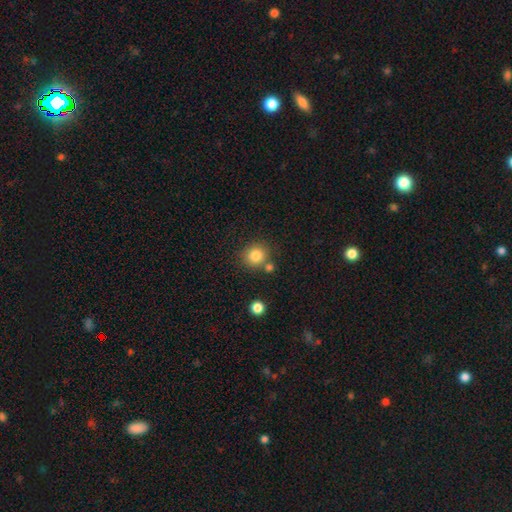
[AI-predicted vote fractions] This appears to be a smooth galaxy with no disk features (83%) that is round (87%). Merging: none (75%).